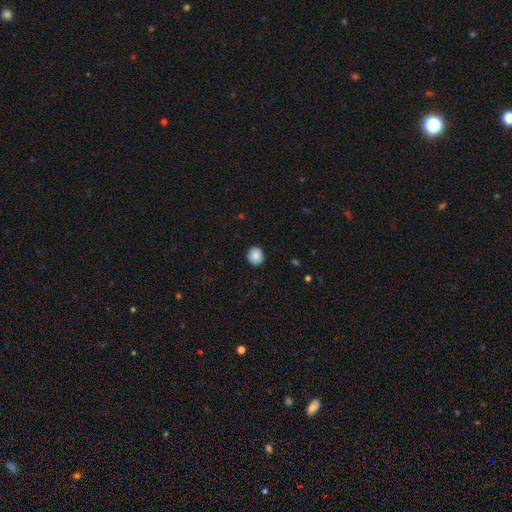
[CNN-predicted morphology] Q: Smooth or featured?
A: smooth (84%); runner-up: star or artifact (8%)
Q: How rounded?
A: round (83%); runner-up: in between (16%)
Q: Merging?
A: none (87%); runner-up: minor disturbance (10%)